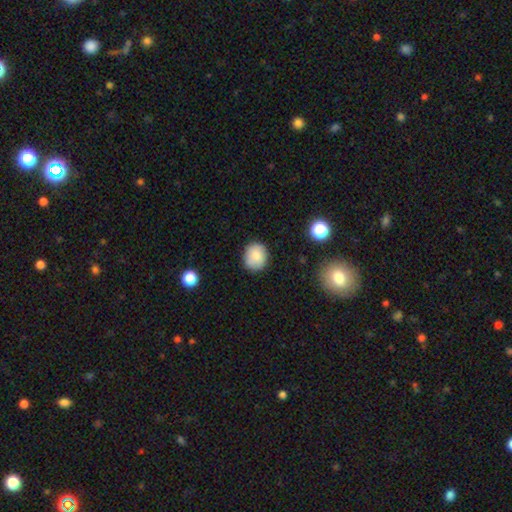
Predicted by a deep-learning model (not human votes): This is clearly a smooth galaxy (82%). How rounded: likely round (76%). Merging: clearly none (84%).